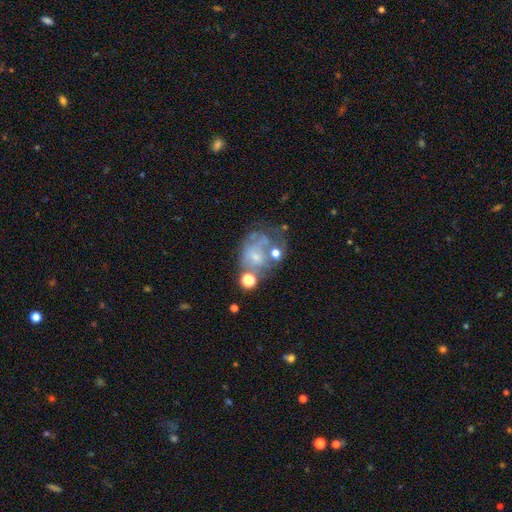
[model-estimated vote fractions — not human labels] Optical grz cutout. It shows a featured or disk galaxy (52%) with no bar (79%), no spiral arms (72%) and a small central bulge (51%). Merging: major disturbance (31%).